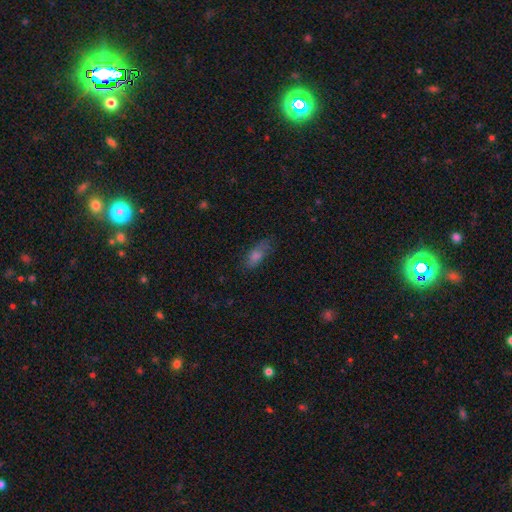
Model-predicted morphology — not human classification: type=smooth (67%); roundness=in between (67%); merging=none (68%).